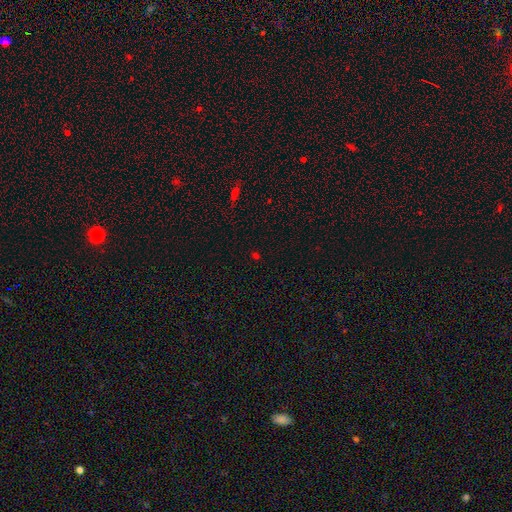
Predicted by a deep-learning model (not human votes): smooth_or_featured: star or artifact (p=0.56) [alt: smooth p=0.38]